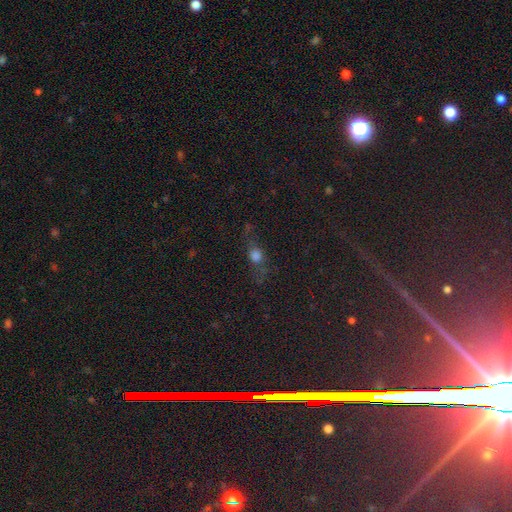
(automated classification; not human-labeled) smooth_or_featured: smooth (p=0.60) [alt: star or artifact p=0.23]
how_rounded: round (p=0.51) [alt: in between p=0.37]
merging: none (p=0.62) [alt: minor disturbance p=0.20]